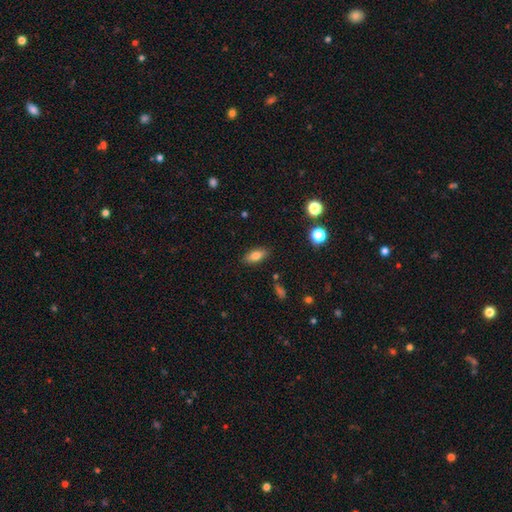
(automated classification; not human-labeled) A smooth galaxy with no disk features (78%) that is in between round and cigar-shaped (83%). Merging: none (86%).